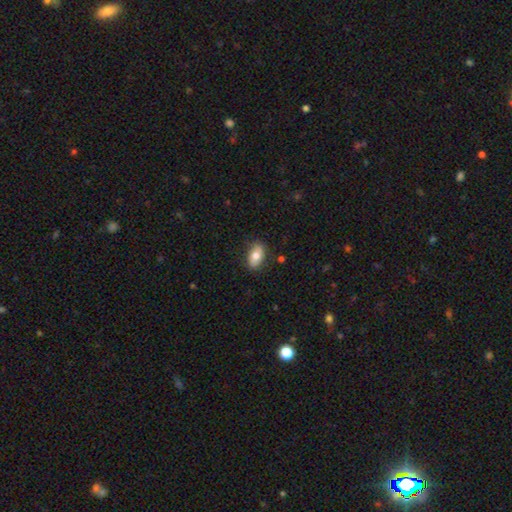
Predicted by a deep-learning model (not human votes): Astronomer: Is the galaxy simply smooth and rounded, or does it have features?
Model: smooth — 75%.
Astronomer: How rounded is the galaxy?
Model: in between — 90%.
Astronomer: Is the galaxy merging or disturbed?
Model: none — 83%.